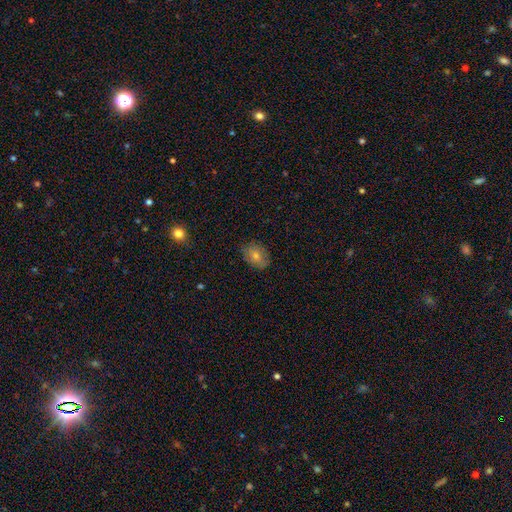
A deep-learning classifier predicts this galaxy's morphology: Smooth or featured? smooth (64%)
How rounded? in between (65%)
Merging? none (82%)